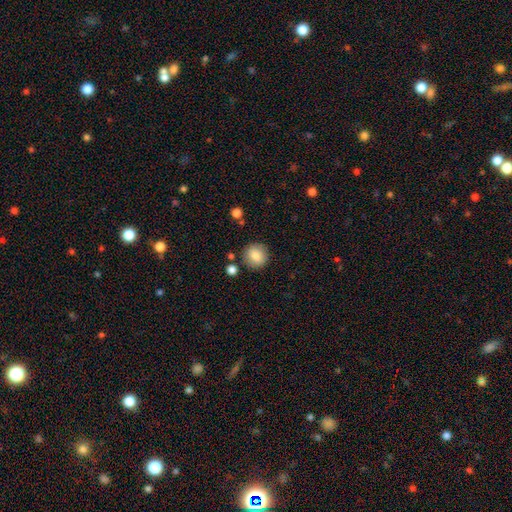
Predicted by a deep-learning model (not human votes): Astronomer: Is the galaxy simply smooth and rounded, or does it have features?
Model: smooth — 86%.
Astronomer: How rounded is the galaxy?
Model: round — 91%.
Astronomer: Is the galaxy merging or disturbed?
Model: none — 87%.